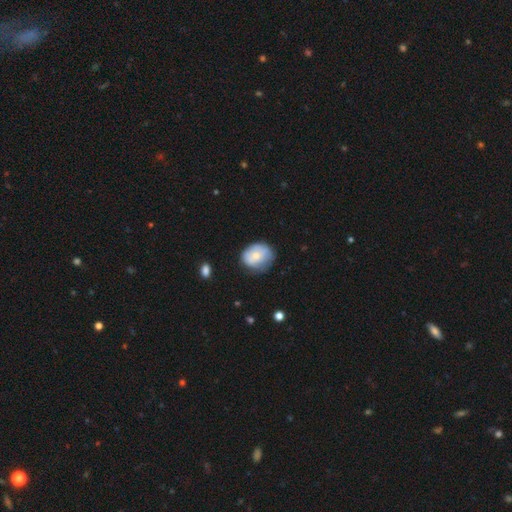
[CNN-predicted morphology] Q: Smooth or featured?
A: smooth (62%); runner-up: featured or disk (31%)
Q: How rounded?
A: round (55%); runner-up: in between (45%)
Q: Merging?
A: none (60%); runner-up: minor disturbance (29%)